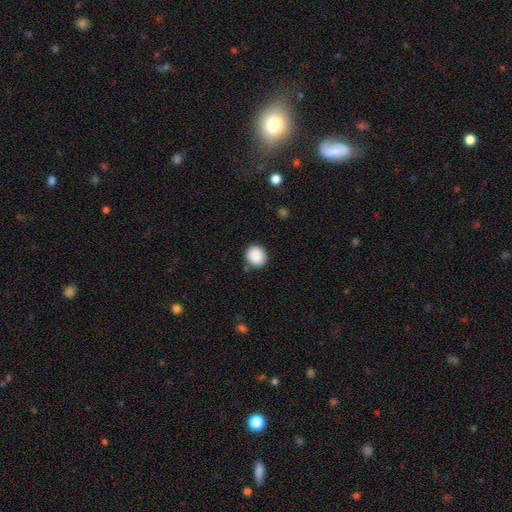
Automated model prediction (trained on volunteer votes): A smooth galaxy with no disk features (89%) that is round (74%).

Vote fractions:
- Smooth or featured? smooth: 89% / star or artifact: 8% / featured or disk: 3%
- How rounded? round: 74% / in between: 25% / cigar-shaped: 1%
- Merging? none: 85% / minor disturbance: 10% / major disturbance: 3% / merger: 2%